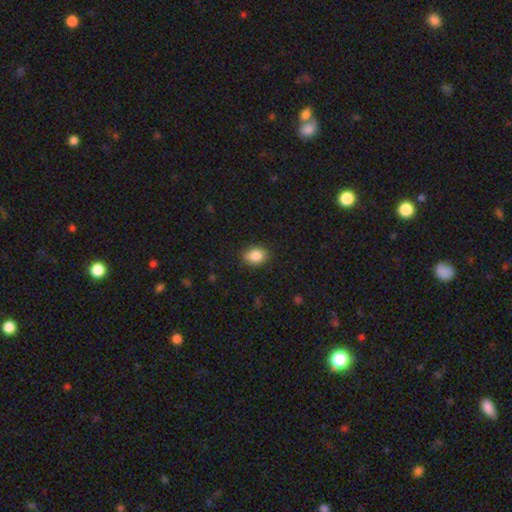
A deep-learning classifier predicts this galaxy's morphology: Smooth or featured? smooth (85%)
How rounded? in between (62%)
Merging? none (84%)